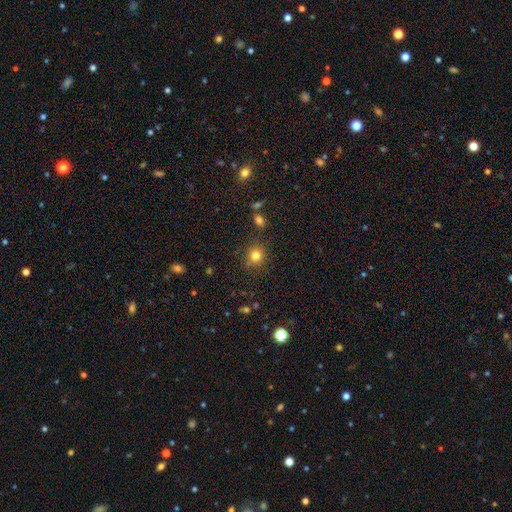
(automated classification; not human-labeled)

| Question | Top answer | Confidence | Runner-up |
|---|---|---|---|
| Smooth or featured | smooth | 79% | star or artifact (14%) |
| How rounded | round | 85% | in between (14%) |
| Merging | none | 81% | minor disturbance (10%) |